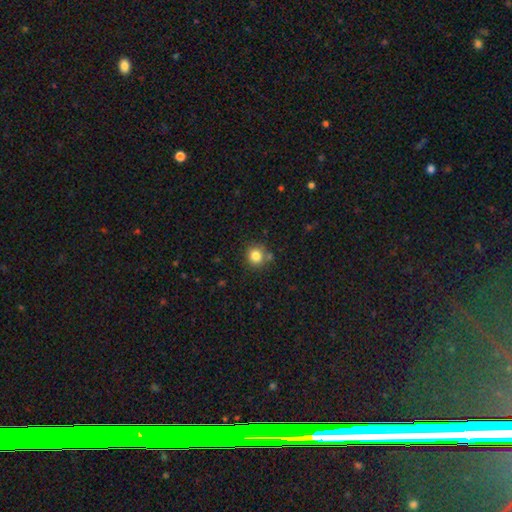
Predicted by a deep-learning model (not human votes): This appears to be a smooth galaxy with no disk features (83%) that is round (90%). Merging: none (77%).